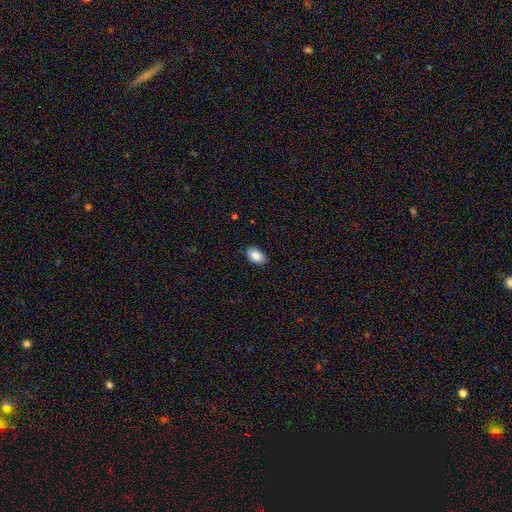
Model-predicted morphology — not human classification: smooth-or-featured: smooth: 86% | star or artifact: 7% | featured or disk: 7%
  how-rounded: in between: 91% | round: 7% | cigar-shaped: 1%
  merging: none: 87% | minor disturbance: 10% | major disturbance: 2% | merger: 1%